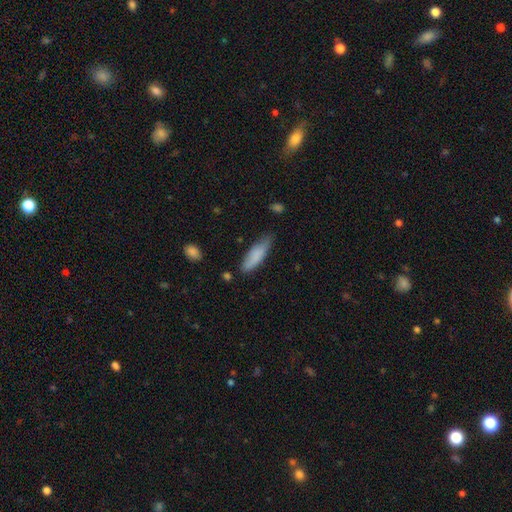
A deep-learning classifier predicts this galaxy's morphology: A smooth galaxy with no disk features (81%) that is cigar-shaped (57%). Merging: none (65%).